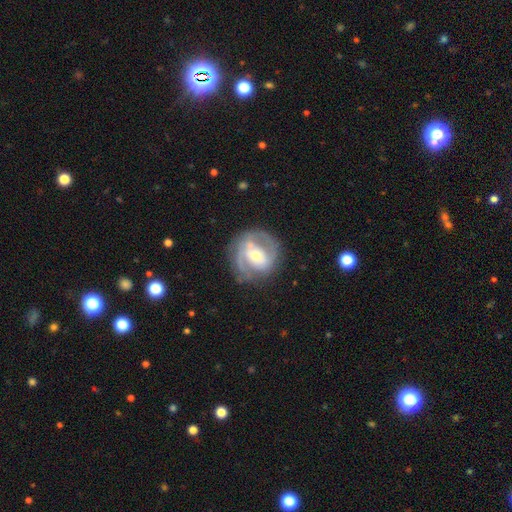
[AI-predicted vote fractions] A featured or disk galaxy (79%) with no bar (41%), 2 (63%) tight (43%) spiral arms (86%) and a moderate central bulge (56%). Merging: none (73%).